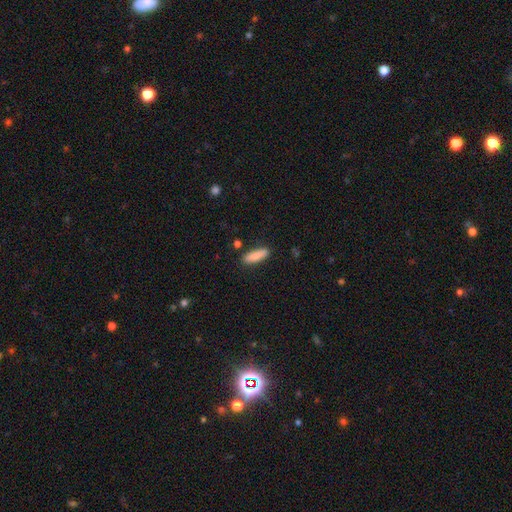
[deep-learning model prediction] A smooth galaxy with no disk features (85%) that is cigar-shaped (56%). Merging: none (85%).